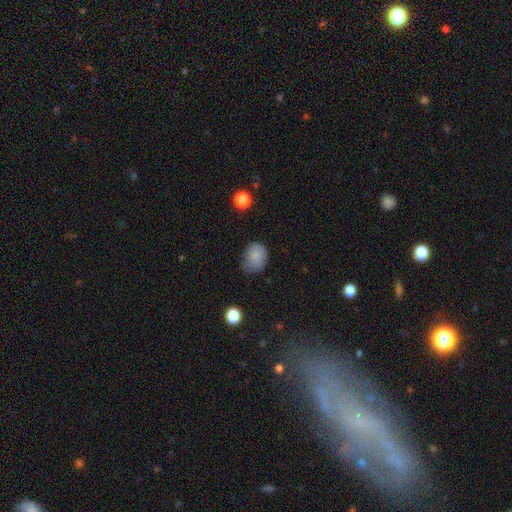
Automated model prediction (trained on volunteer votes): smooth 85%, star or artifact 9%, featured or disk 6%. Down the decision tree: how rounded — in between (57%); merging — none (57%).